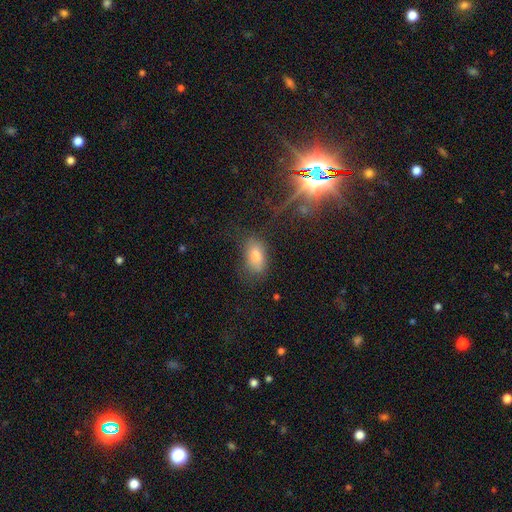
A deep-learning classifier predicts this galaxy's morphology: type=smooth (68%); roundness=in between (90%); merging=none (66%).